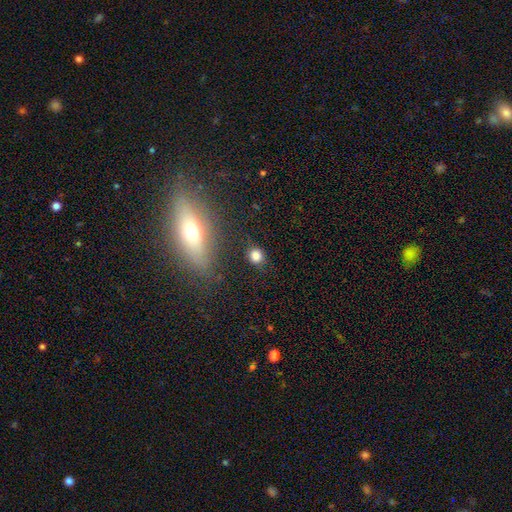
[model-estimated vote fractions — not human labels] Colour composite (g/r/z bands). It shows a smooth galaxy with no disk features (81%) that is round (81%). Merging: none (84%).